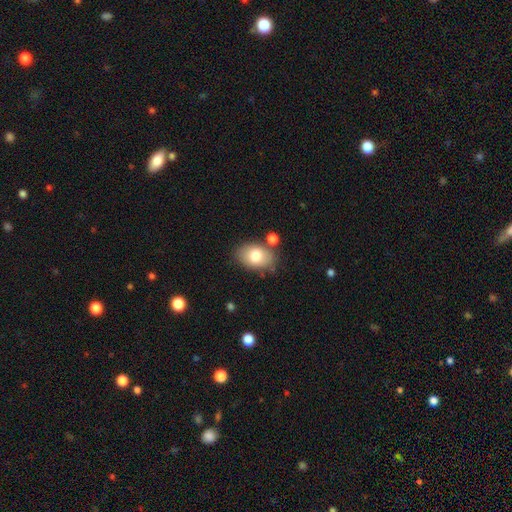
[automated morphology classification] Smooth or featured? smooth (78%)
How rounded? in between (86%)
Merging? none (75%)